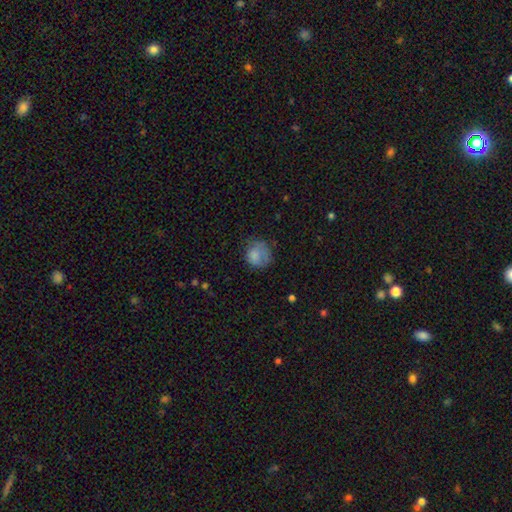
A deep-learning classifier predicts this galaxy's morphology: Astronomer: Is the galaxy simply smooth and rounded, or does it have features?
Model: smooth — 77%.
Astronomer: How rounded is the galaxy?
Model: round — 77%.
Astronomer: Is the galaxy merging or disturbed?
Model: none — 51% (runner-up: minor disturbance, 28%).